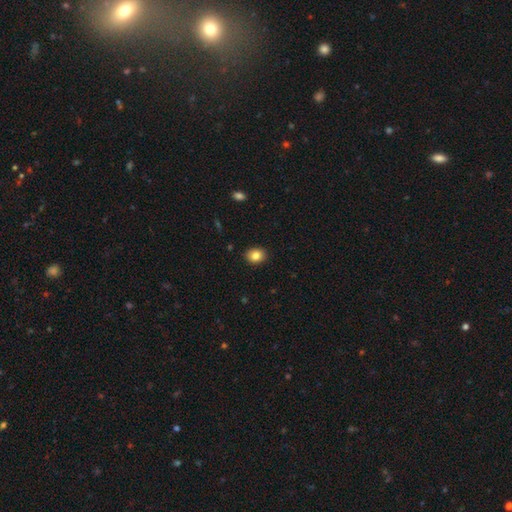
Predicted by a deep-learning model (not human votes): Overall: smooth (83%). How rounded: in between (54%; round 45%). Merging: none (89%).